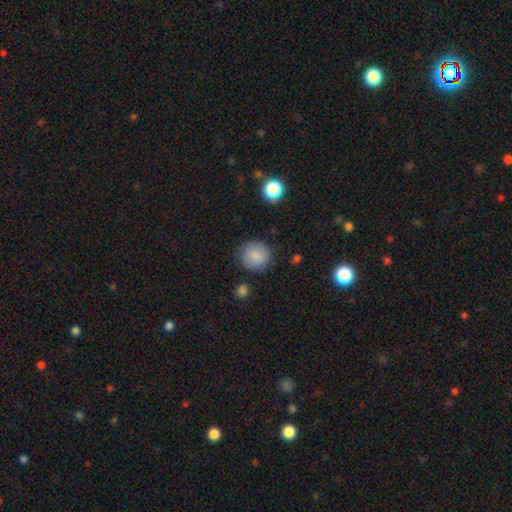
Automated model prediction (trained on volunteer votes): Smooth or featured? Predicted: smooth (p=0.86). How rounded? Predicted: round (p=0.93). Merging? Predicted: none (p=0.85).